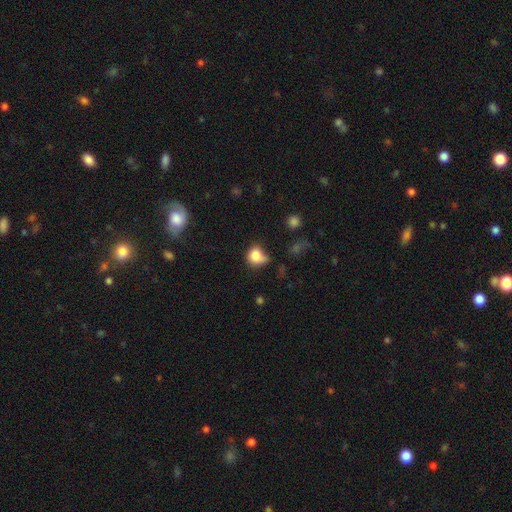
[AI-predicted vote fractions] smooth_or_featured: smooth (p=0.80) [alt: star or artifact p=0.11]
how_rounded: round (p=0.61) [alt: in between p=0.38]
merging: none (p=0.36) [alt: minor disturbance p=0.33]